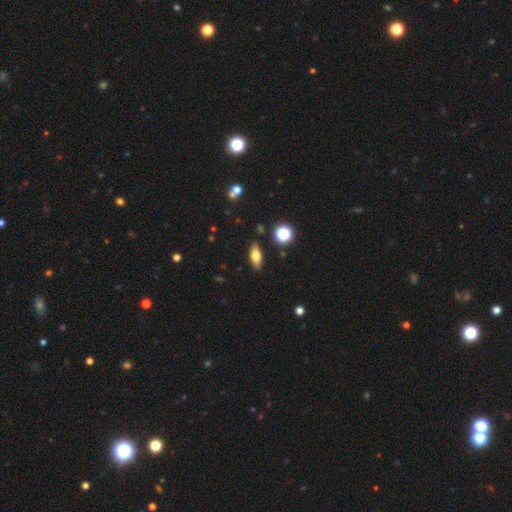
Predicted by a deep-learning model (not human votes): Smooth or featured: smooth — 67% (featured or disk — 24%)
How rounded: in between — 74% (cigar-shaped — 20%)
Merging: none — 86% (minor disturbance — 9%)